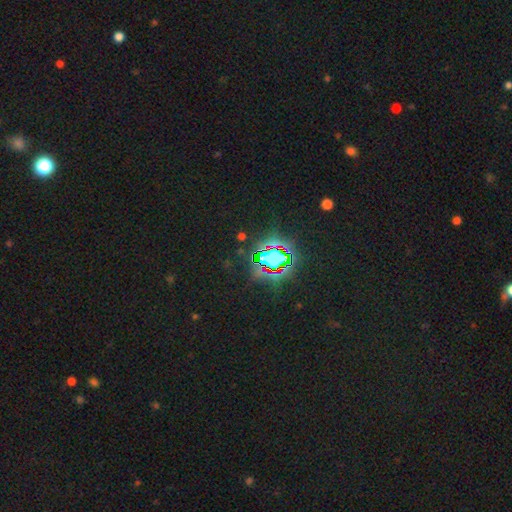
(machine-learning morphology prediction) The model was most divided on "smooth or featured": star or artifact: 83%, smooth: 10%, featured or disk: 7%.